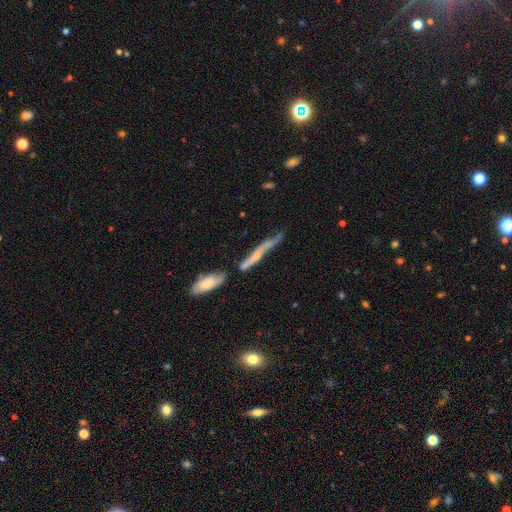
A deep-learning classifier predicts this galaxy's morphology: Smooth or featured: featured or disk — 62% (smooth — 30%)
Edge-on disk: yes — 83% (no — 17%)
Edge-on bulge: rounded — 62% (none — 31%)
Merging: none — 47% (minor disturbance — 27%)